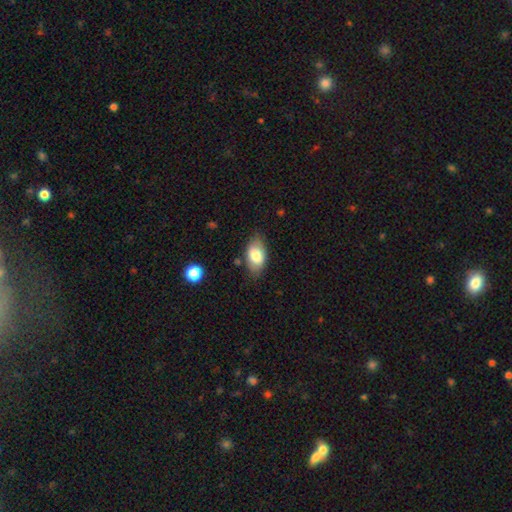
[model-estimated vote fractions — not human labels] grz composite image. It shows a smooth galaxy with no disk features (80%) that is in between round and cigar-shaped (92%). Merging: none (77%).